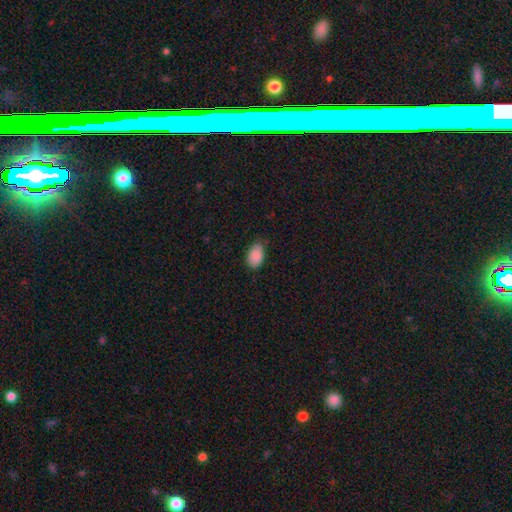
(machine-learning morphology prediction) Smooth or featured: smooth — 89% (star or artifact — 7%)
How rounded: in between — 92% (round — 7%)
Merging: none — 73% (minor disturbance — 22%)